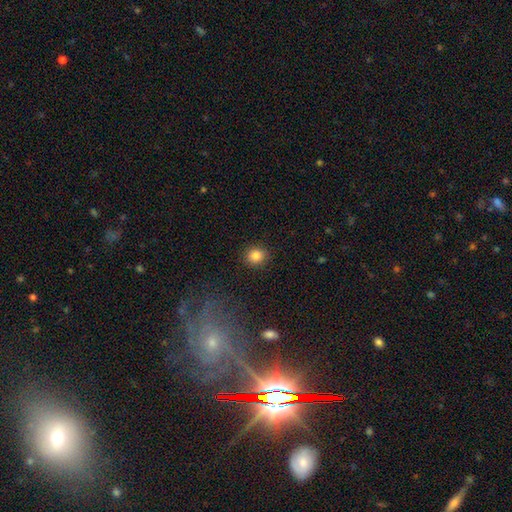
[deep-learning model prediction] Smooth or featured? Predicted: smooth (p=0.85). How rounded? Predicted: round (p=0.85). Merging? Predicted: none (p=0.90).